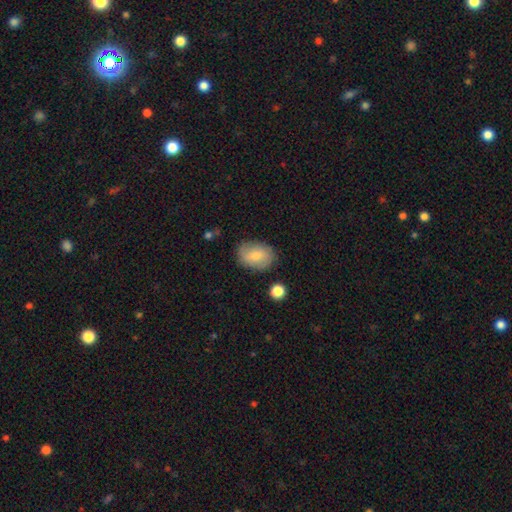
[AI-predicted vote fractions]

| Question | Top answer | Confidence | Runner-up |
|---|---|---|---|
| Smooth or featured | smooth | 72% | featured or disk (21%) |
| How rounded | in between | 74% | round (25%) |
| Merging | none | 79% | minor disturbance (15%) |